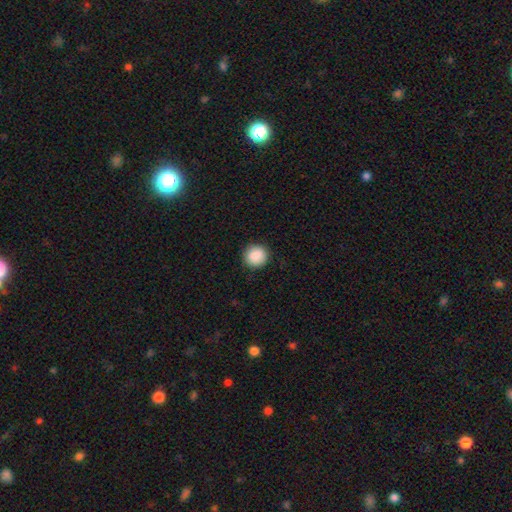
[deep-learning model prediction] A smooth galaxy with no disk features (89%) that is round (92%). Merging: none (90%).